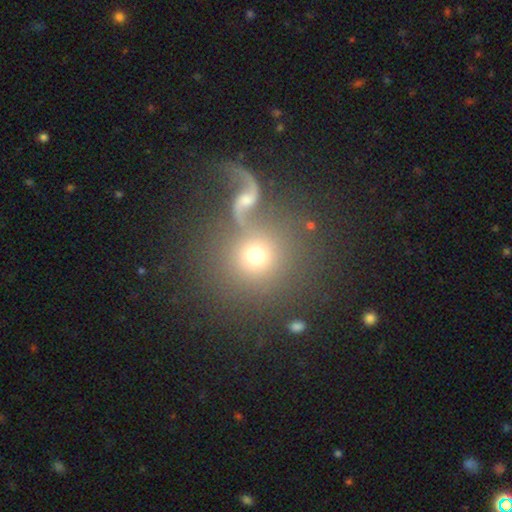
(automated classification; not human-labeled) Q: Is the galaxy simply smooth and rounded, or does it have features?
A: smooth — 64%.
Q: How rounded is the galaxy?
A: round — 90%.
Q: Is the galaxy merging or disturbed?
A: none — 68%.